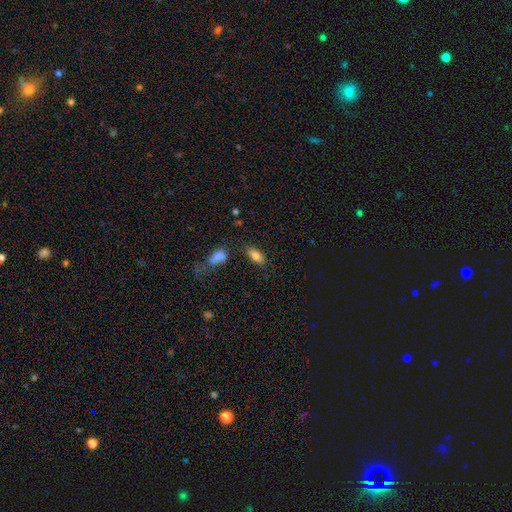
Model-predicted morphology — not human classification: Smooth or featured? Predicted: smooth (p=0.82). How rounded? Predicted: in between (p=0.87). Merging? Predicted: none (p=0.76).